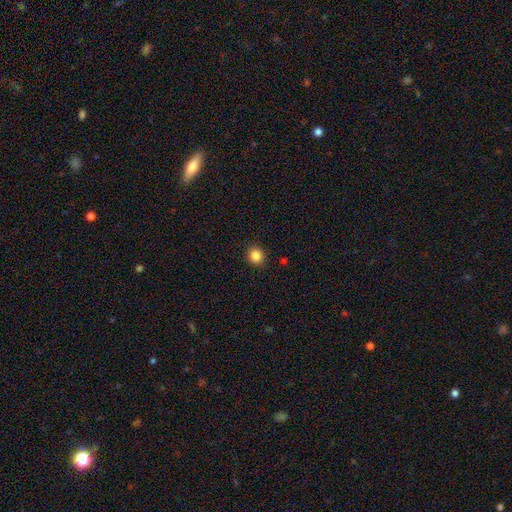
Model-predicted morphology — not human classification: Smooth or featured? Predicted: smooth (p=0.85). How rounded? Predicted: round (p=0.87). Merging? Predicted: none (p=0.91).